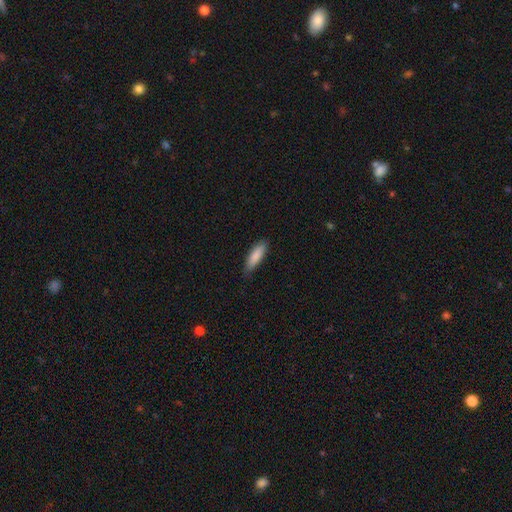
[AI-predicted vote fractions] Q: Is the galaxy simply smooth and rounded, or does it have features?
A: smooth — 87%.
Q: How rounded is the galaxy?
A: cigar-shaped — 58%.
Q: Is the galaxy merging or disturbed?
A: none — 82%.